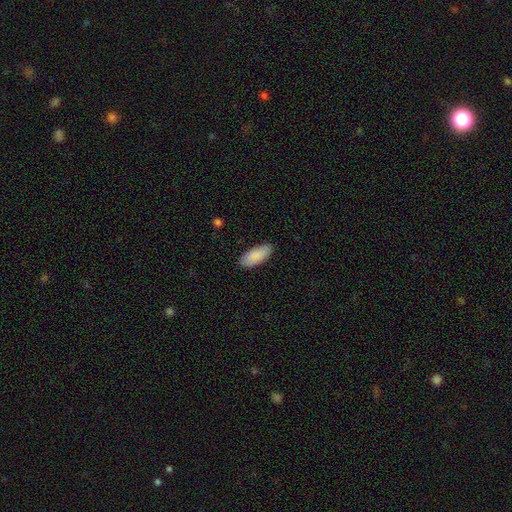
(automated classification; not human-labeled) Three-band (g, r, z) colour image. It shows a smooth galaxy with no disk features (87%) that is in between round and cigar-shaped (86%). Merging: none (84%).